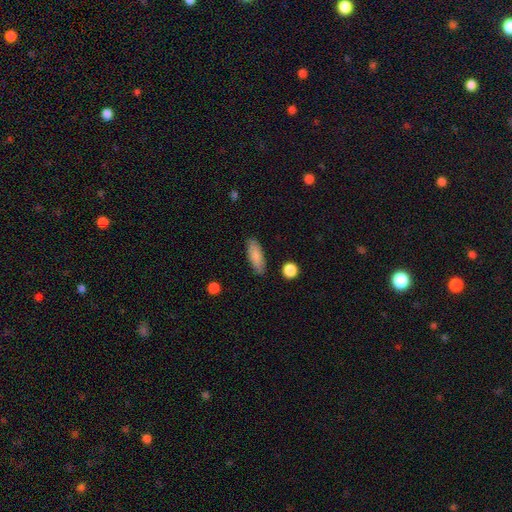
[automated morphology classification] smooth_or_featured: smooth (p=0.84) [alt: featured or disk p=0.09]
how_rounded: in between (p=0.65) [alt: cigar-shaped p=0.33]
merging: none (p=0.86) [alt: minor disturbance p=0.10]